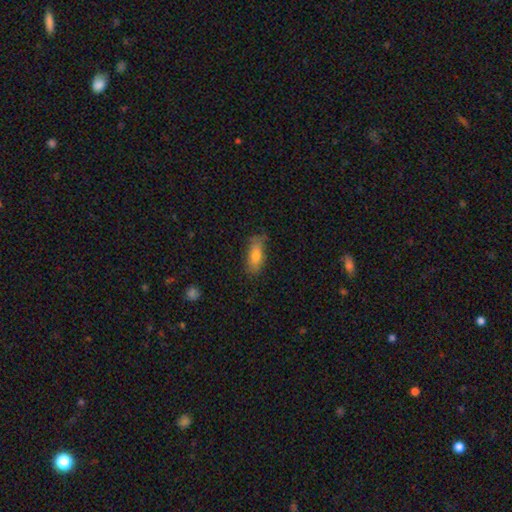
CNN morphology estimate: smooth_or_featured: smooth (p=0.74) [alt: featured or disk p=0.19]
how_rounded: in between (p=0.69) [alt: cigar-shaped p=0.28]
merging: none (p=0.70) [alt: minor disturbance p=0.23]